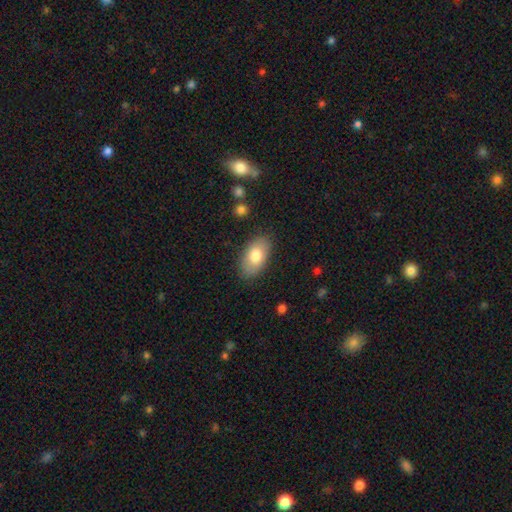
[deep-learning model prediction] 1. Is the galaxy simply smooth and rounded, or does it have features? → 78% smooth, 16% featured or disk, 6% star or artifact.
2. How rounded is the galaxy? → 94% in between, 5% round, 2% cigar-shaped.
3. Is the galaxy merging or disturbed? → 84% none, 12% minor disturbance, 3% major disturbance, 1% merger.